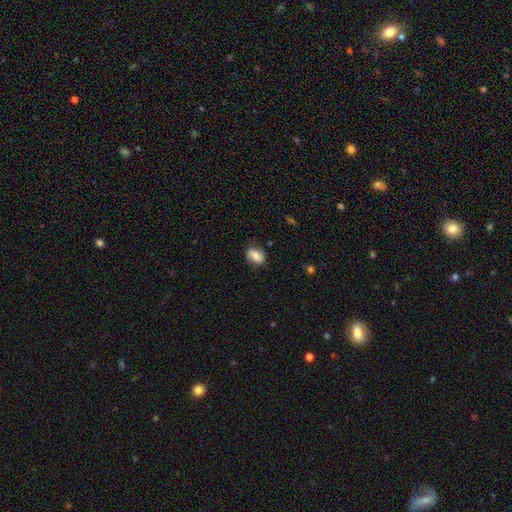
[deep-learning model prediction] Smooth or featured?
  - smooth: 68% *
  - featured or disk: 23%
  - star or artifact: 9%
How rounded?
  - in between: 69% *
  - round: 29%
  - cigar-shaped: 2%
Merging?
  - none: 77% *
  - minor disturbance: 17%
  - major disturbance: 4%
  - merger: 1%